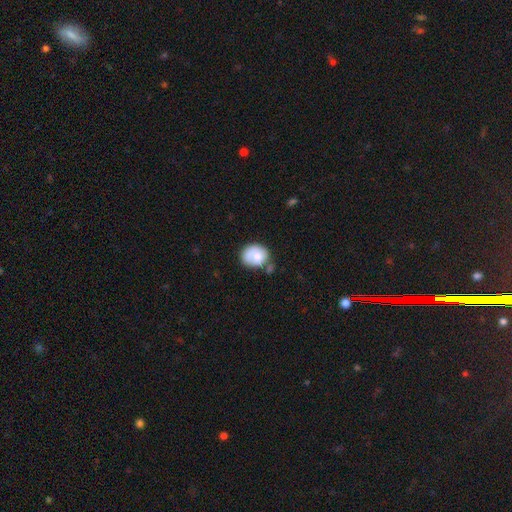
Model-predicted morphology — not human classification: The model was most divided on "merging": none: 50%, minor disturbance: 25%, merger: 15%, major disturbance: 10%. More confident: smooth or featured — smooth (73%); how rounded — round (63%).